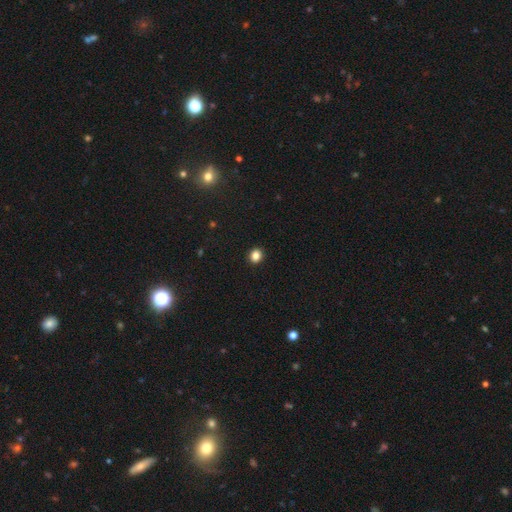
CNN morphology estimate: Q: Smooth or featured?
A: smooth (85%); runner-up: star or artifact (11%)
Q: How rounded?
A: round (70%); runner-up: in between (29%)
Q: Merging?
A: none (92%); runner-up: minor disturbance (5%)